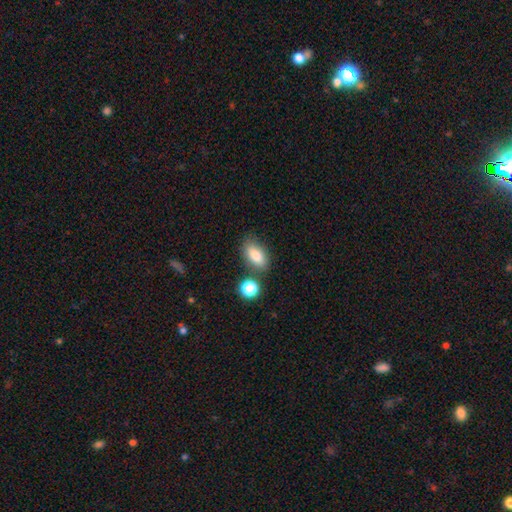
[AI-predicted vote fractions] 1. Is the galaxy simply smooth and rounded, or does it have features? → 83% smooth, 9% star or artifact, 9% featured or disk.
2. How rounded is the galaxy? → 88% in between, 8% round, 4% cigar-shaped.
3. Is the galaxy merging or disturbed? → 73% none, 13% minor disturbance, 9% merger, 4% major disturbance.